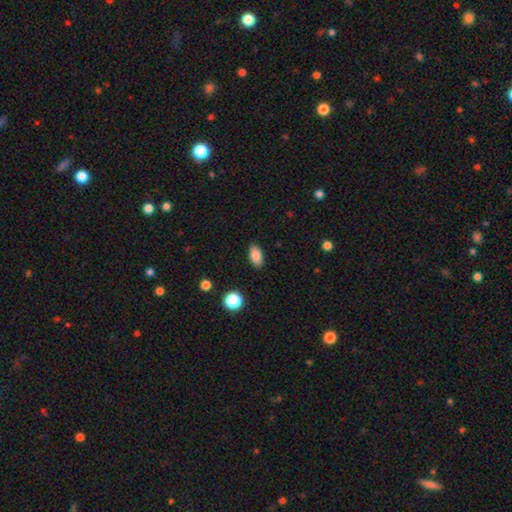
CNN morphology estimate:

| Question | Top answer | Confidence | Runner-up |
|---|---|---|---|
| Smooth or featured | smooth | 86% | star or artifact (9%) |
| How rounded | in between | 91% | round (5%) |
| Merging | none | 88% | minor disturbance (9%) |